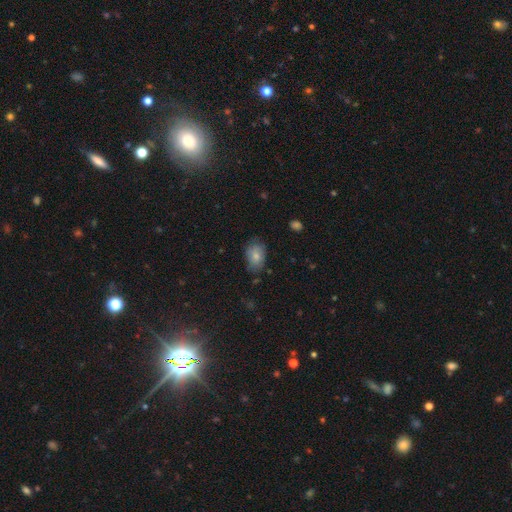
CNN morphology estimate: A smooth galaxy with no disk features (78%) that is in between round and cigar-shaped (85%).

Vote fractions:
- Smooth or featured? smooth: 78% / featured or disk: 14% / star or artifact: 8%
- How rounded? in between: 85% / round: 14% / cigar-shaped: 1%
- Merging? none: 69% / minor disturbance: 24% / major disturbance: 5% / merger: 2%